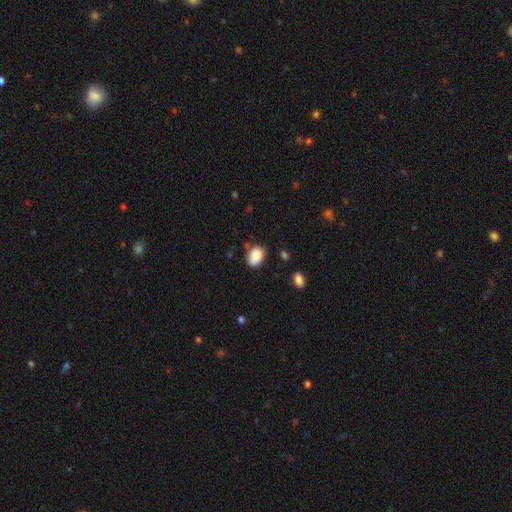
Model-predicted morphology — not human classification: Smooth or featured? Predicted: smooth (p=0.88). How rounded? Predicted: in between (p=0.83). Merging? Predicted: none (p=0.71).